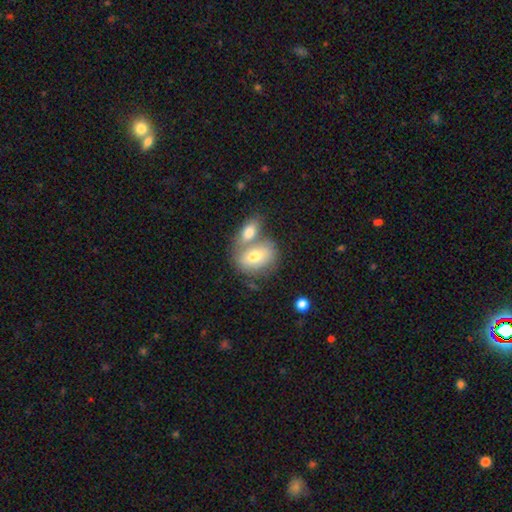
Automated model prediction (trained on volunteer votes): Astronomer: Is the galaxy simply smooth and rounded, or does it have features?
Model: smooth — 71%.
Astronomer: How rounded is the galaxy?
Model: in between — 74%.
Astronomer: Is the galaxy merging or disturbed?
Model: merger — 54% (runner-up: none, 32%).